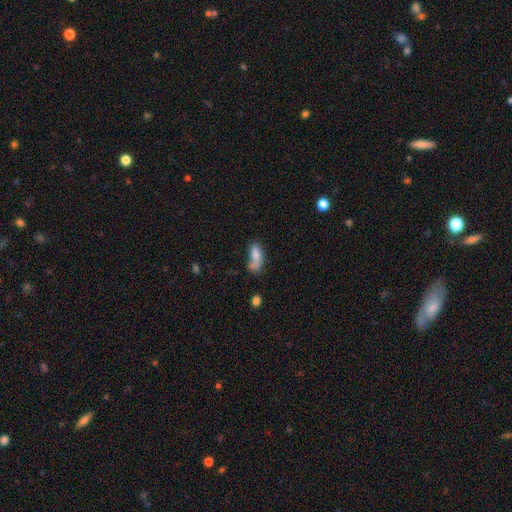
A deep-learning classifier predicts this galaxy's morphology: Smooth or featured? Predicted: smooth (p=0.72). How rounded? Predicted: in between (p=0.82). Merging? Predicted: none (p=0.30).